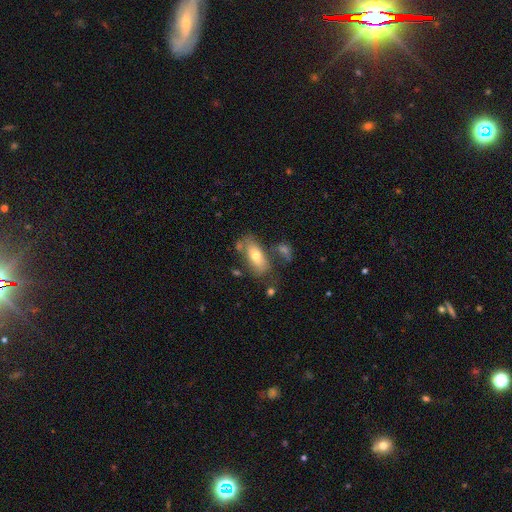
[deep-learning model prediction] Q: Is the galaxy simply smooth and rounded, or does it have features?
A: smooth — 63%.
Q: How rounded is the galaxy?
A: in between — 85%.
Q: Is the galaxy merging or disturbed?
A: none — 58%.